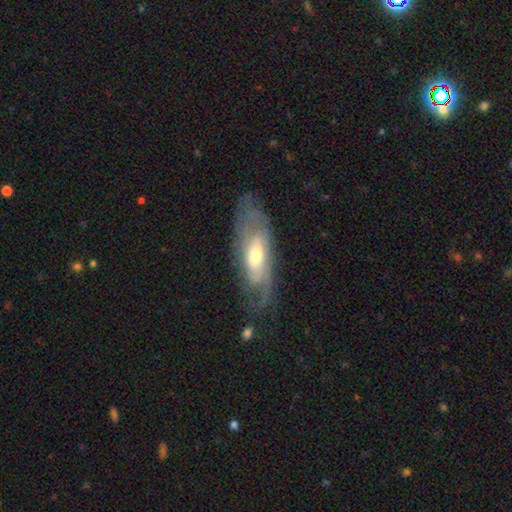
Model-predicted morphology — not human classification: smooth-or-featured: featured or disk: 77% | smooth: 17% | star or artifact: 6%
  disk-edge-on: no: 83% | yes: 17%
    bar: no: 54% | weak: 35% | strong: 12%
    has-spiral-arms: yes: 86% | no: 14%
      spiral-winding: tight: 48% | medium: 36% | loose: 15%
      spiral-arm-count: can't tell: 41% | 2: 35% | 3: 9% | 1: 9% | 4: 3% | more than 4: 3%
    bulge-size: moderate: 63% | small: 25% | large: 9% | none: 1% | dominant: 1%
  merging: none: 65% | minor disturbance: 21% | major disturbance: 12% | merger: 2%